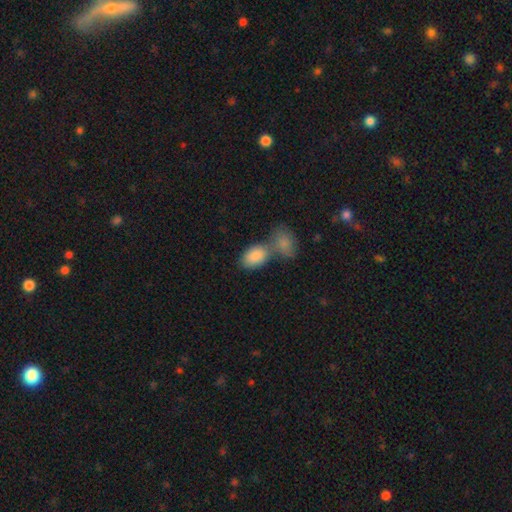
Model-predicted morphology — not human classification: A smooth galaxy with no disk features (87%) that is in between round and cigar-shaped (91%). Merging: merger (51%).